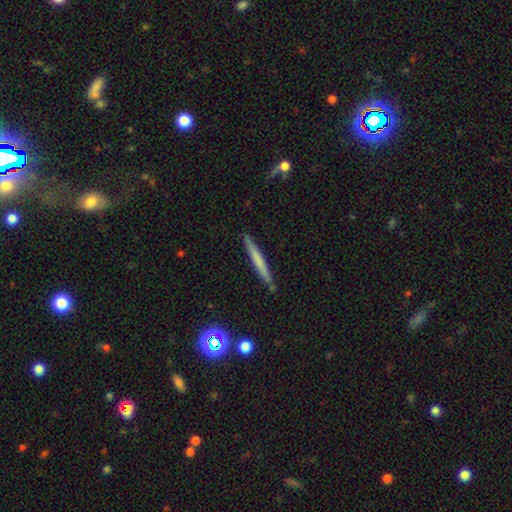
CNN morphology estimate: Smooth or featured? featured or disk (49%)
Merging? none (89%)